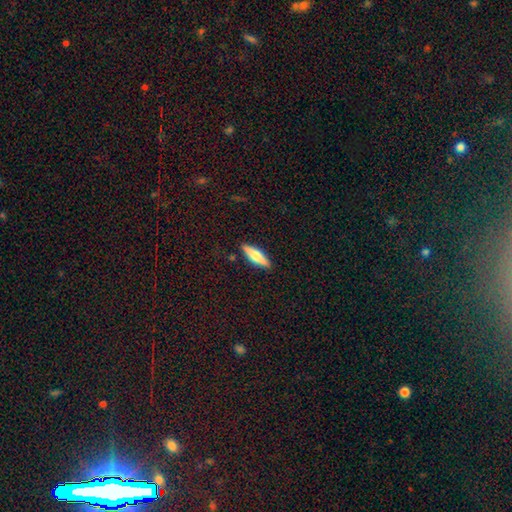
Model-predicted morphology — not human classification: A smooth galaxy with no disk features (57%) that is cigar-shaped (60%).

Vote fractions:
- Smooth or featured? smooth: 57% / featured or disk: 37% / star or artifact: 6%
- How rounded? cigar-shaped: 60% / in between: 38% / round: 2%
- Merging? none: 89% / minor disturbance: 8% / major disturbance: 2% / merger: 1%